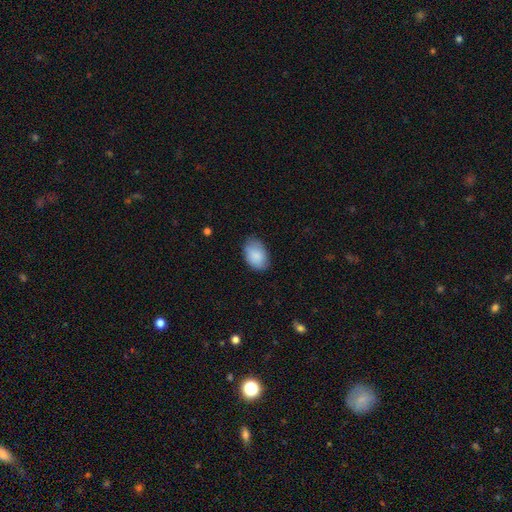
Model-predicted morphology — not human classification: smooth_or_featured: smooth (p=0.87) [alt: featured or disk p=0.07]
how_rounded: in between (p=0.89) [alt: round p=0.10]
merging: none (p=0.78) [alt: minor disturbance p=0.17]